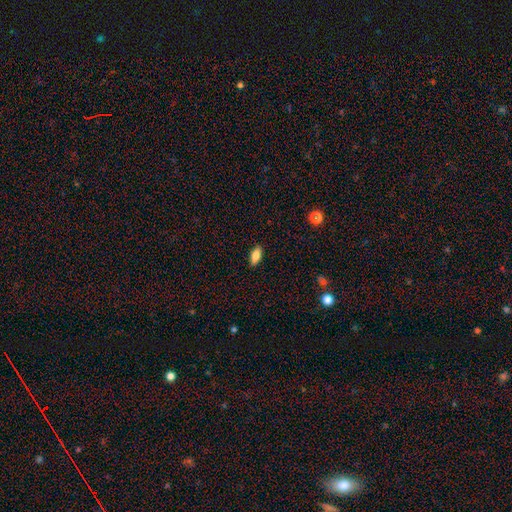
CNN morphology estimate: Overall: smooth (77%). How rounded: in between (81%). Merging: none (89%).